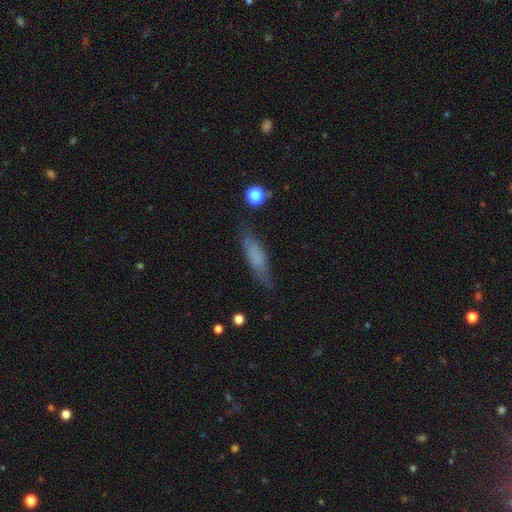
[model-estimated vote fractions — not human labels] This is likely a smooth galaxy (64%). How rounded: likely cigar-shaped (64%). Merging: likely none (72%).